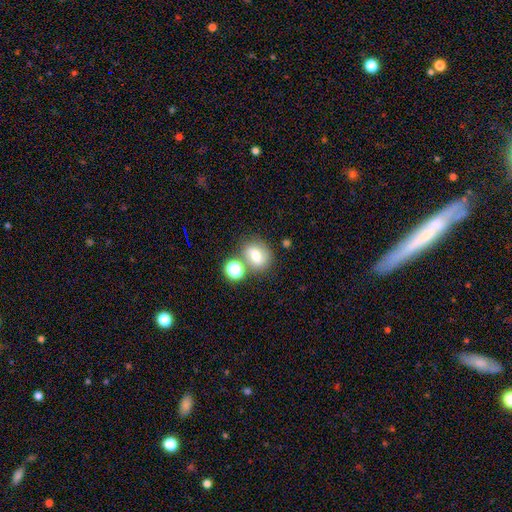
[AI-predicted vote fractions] A smooth galaxy with no disk features (63%) that is round (60%).

Vote fractions:
- Smooth or featured? smooth: 63% / featured or disk: 23% / star or artifact: 14%
- How rounded? round: 60% / in between: 38% / cigar-shaped: 1%
- Merging? none: 62% / merger: 19% / minor disturbance: 13% / major disturbance: 5%